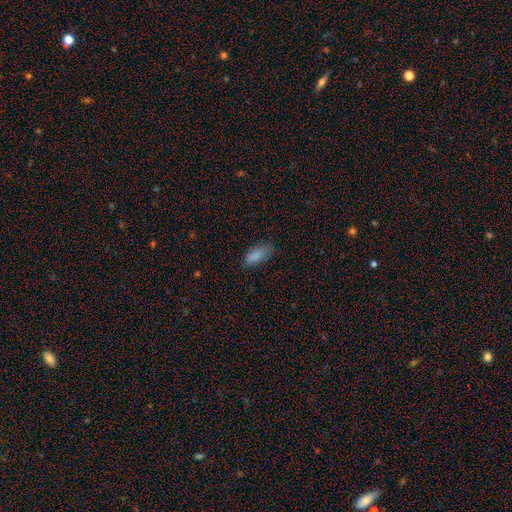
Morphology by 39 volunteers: Smooth or featured: smooth — 85% (featured or disk — 13%)
How rounded: in between — 91% (cigar-shaped — 6%)
Merging: none — 63% (minor disturbance — 29%)